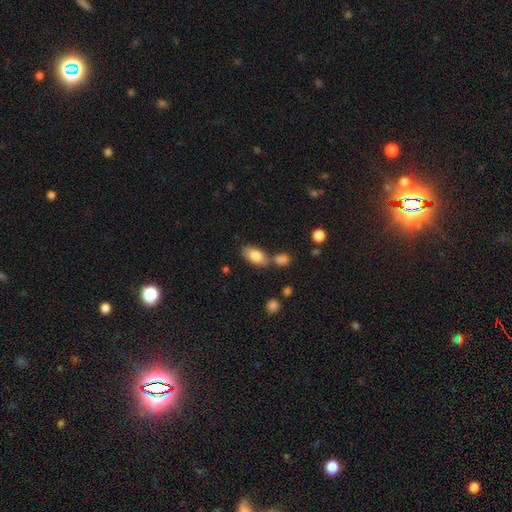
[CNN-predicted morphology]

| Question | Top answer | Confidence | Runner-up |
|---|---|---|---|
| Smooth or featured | smooth | 79% | featured or disk (14%) |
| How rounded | in between | 91% | round (5%) |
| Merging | none | 64% | merger (19%) |